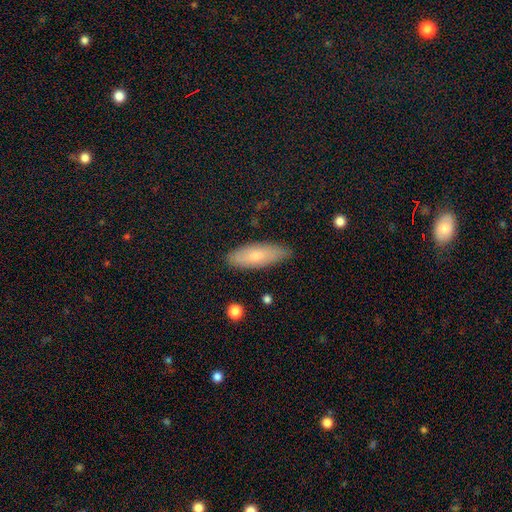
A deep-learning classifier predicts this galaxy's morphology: Smooth or featured? smooth (70%)
How rounded? in between (64%)
Merging? none (80%)